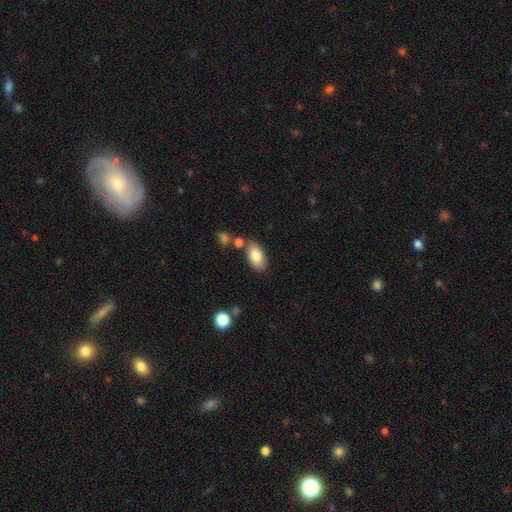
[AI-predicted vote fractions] A smooth galaxy with no disk features (84%) that is in between round and cigar-shaped (93%). Merging: none (75%).